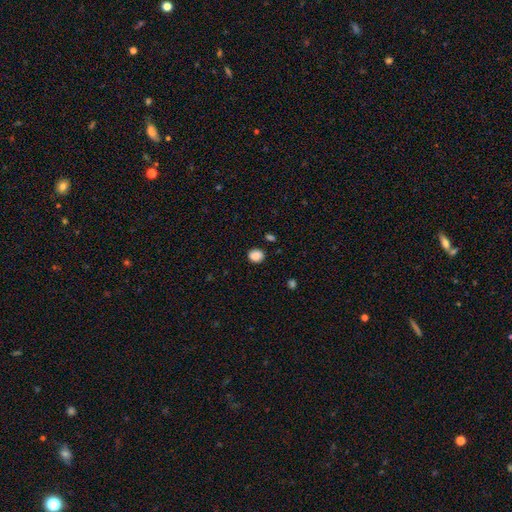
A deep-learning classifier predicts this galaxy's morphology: smooth 87%, star or artifact 9%, featured or disk 4%. Down the decision tree: how rounded — round (68%); merging — none (84%).